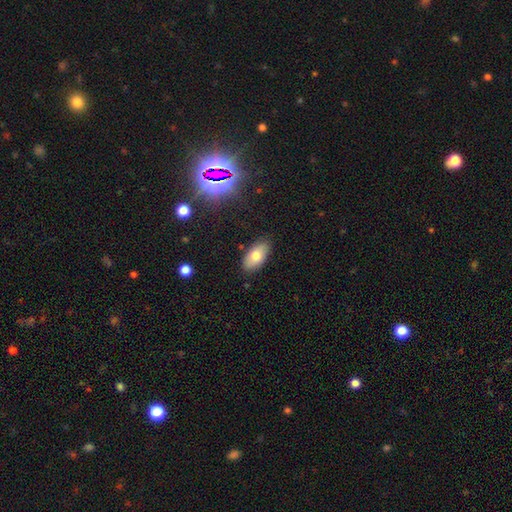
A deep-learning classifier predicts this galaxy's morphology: Smooth or featured? smooth (74%)
How rounded? in between (92%)
Merging? none (85%)